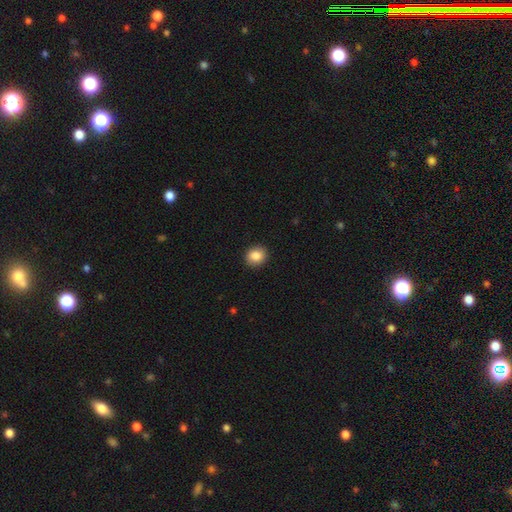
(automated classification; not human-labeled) Morphology: type=smooth (87%); roundness=round (74%); merging=none (90%).